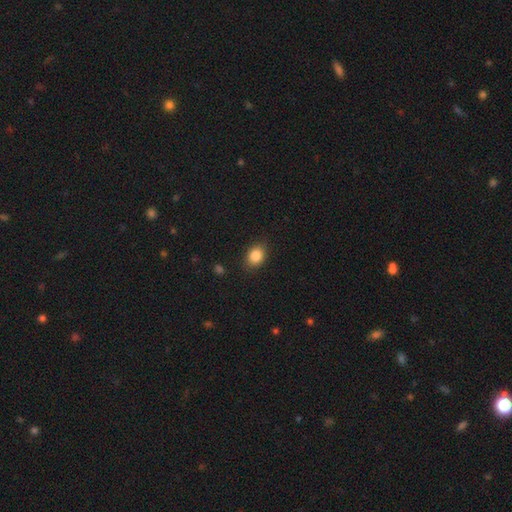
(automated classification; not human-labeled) Smooth or featured? smooth (85%)
How rounded? in between (59%)
Merging? none (84%)